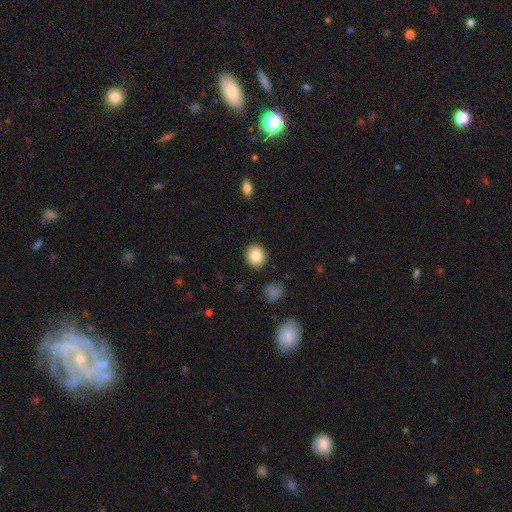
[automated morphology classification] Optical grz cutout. It shows a smooth galaxy with no disk features (83%) that is round (76%). Merging: none (91%).